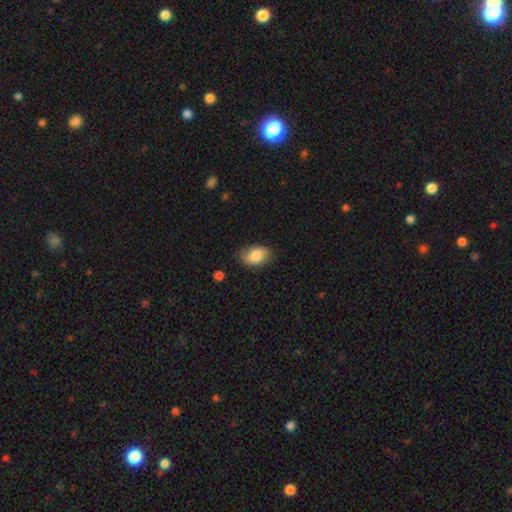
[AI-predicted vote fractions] smooth-or-featured: smooth: 80% | featured or disk: 13% | star or artifact: 7%
  how-rounded: in between: 90% | round: 9% | cigar-shaped: 1%
  merging: none: 80% | minor disturbance: 15% | major disturbance: 3% | merger: 1%